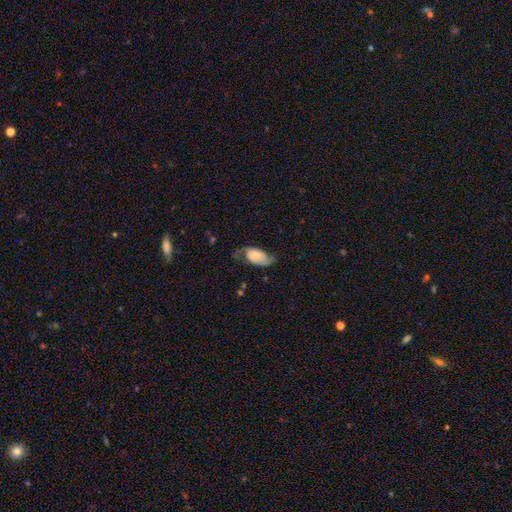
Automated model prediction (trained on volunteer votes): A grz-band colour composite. It shows a smooth galaxy with no disk features (51%) that is in between round and cigar-shaped (93%). Merging: none (44%).